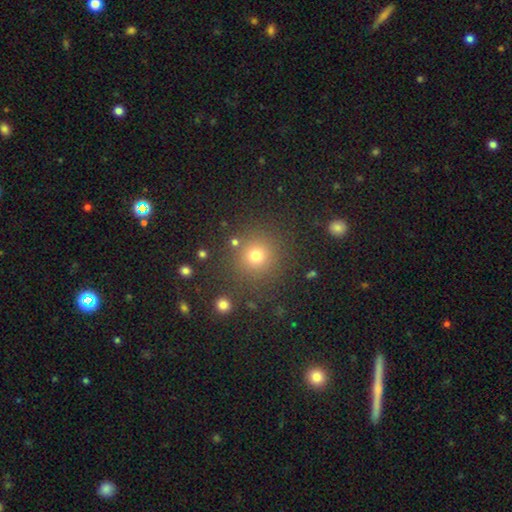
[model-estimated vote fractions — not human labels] smooth_or_featured: smooth (p=0.74) [alt: star or artifact p=0.19]
how_rounded: round (p=0.93) [alt: in between p=0.06]
merging: none (p=0.85) [alt: minor disturbance p=0.08]